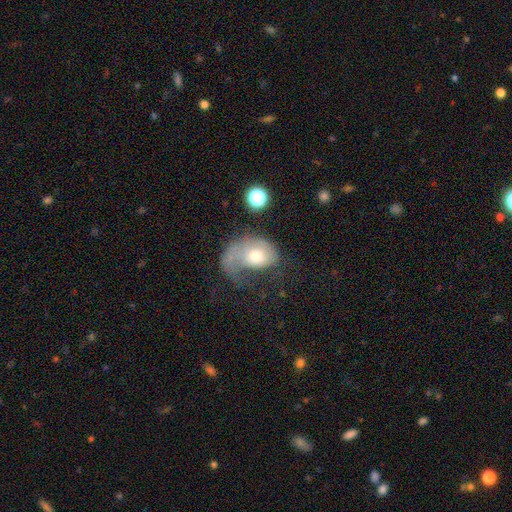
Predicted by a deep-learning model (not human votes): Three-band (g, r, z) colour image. It shows a smooth galaxy with no disk features (52%) that is in between round and cigar-shaped (67%). Merging: major disturbance (60%).